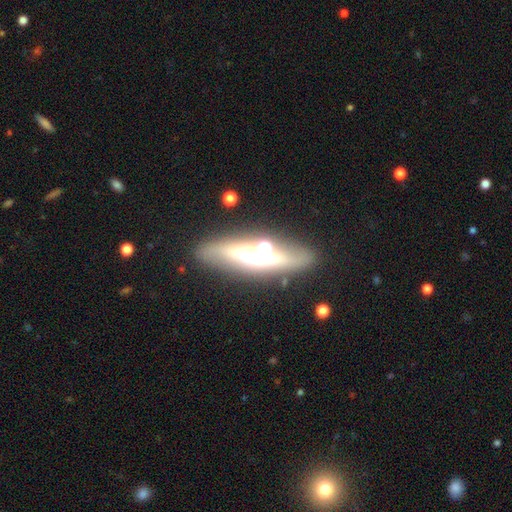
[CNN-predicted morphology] A featured or disk galaxy (62%) viewed edge-on (72%).

Vote fractions:
- Smooth or featured? featured or disk: 62% / smooth: 28% / star or artifact: 10%
- Edge-on disk? yes: 72% / no: 28%
- Merging? none: 76% / minor disturbance: 13% / merger: 7% / major disturbance: 5%